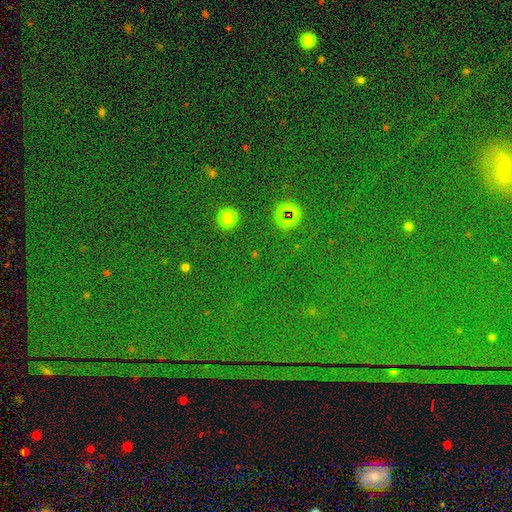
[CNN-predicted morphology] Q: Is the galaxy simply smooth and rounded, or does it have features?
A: star or artifact — 82%.